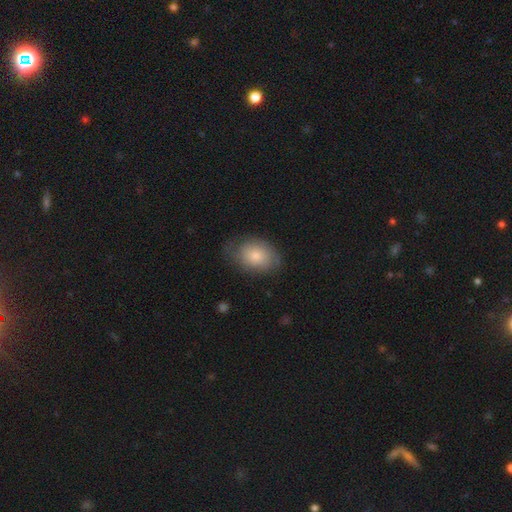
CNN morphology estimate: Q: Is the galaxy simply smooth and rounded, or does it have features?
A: smooth — 76%.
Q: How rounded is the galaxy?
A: in between — 76%.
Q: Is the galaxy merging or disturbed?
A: none — 65%.